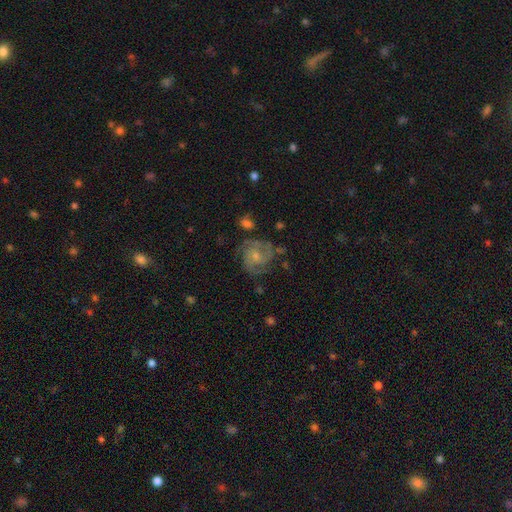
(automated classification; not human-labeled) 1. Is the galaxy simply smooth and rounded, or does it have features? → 81% featured or disk, 13% smooth, 6% star or artifact.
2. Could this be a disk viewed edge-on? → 98% no, 2% yes.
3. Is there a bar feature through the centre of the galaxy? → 65% no, 30% weak, 5% strong.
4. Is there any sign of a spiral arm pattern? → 95% yes, 5% no.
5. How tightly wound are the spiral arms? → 45% medium, 43% tight, 11% loose.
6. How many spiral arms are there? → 35% 3, 34% 2, 16% can't tell, 7% 4, 5% 1, 4% more than 4.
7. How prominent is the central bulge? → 60% small, 30% moderate, 6% none, 2% large, 1% dominant.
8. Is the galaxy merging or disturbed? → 67% none, 19% minor disturbance, 11% major disturbance, 3% merger.